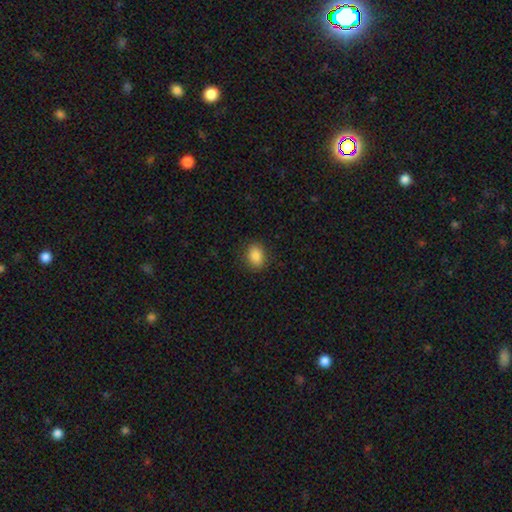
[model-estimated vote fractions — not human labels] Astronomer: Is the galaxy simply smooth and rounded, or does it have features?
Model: smooth — 86%.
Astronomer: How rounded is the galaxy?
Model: in between — 66%.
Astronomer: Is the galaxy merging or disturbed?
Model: none — 88%.